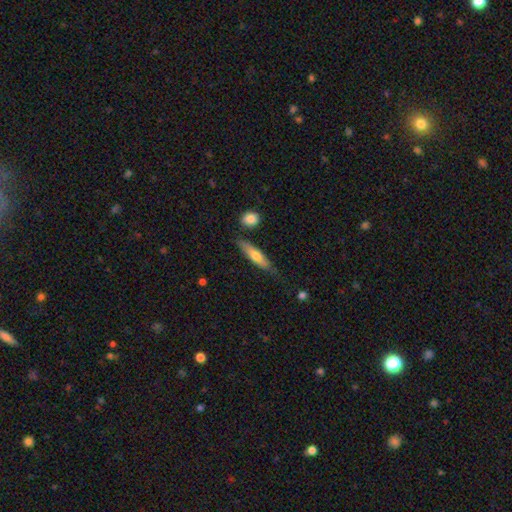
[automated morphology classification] Q: Smooth or featured?
A: smooth (61%); runner-up: featured or disk (33%)
Q: How rounded?
A: cigar-shaped (73%); runner-up: in between (25%)
Q: Merging?
A: none (72%); runner-up: minor disturbance (18%)